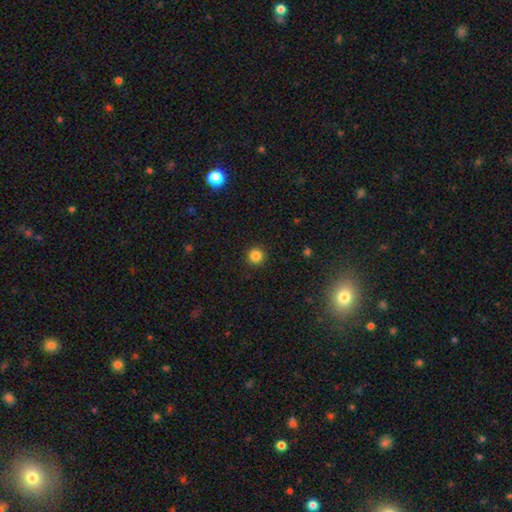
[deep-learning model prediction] The model was most divided on "smooth or featured": smooth: 84%, star or artifact: 12%, featured or disk: 4%. More confident: how rounded — round (95%); merging — none (92%).